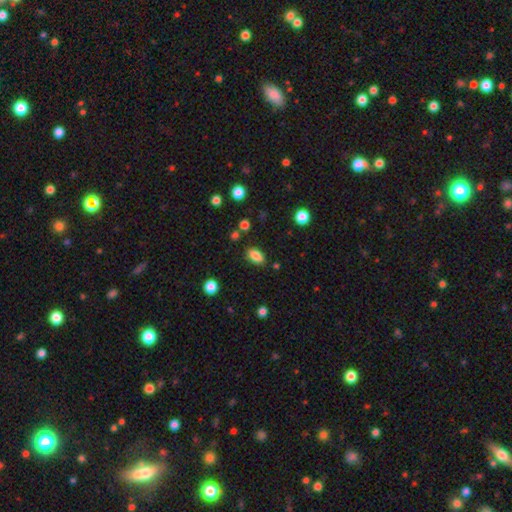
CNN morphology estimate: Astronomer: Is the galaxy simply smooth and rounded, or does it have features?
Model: smooth — 86%.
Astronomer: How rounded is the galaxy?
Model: in between — 90%.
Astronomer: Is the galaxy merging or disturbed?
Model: none — 82%.